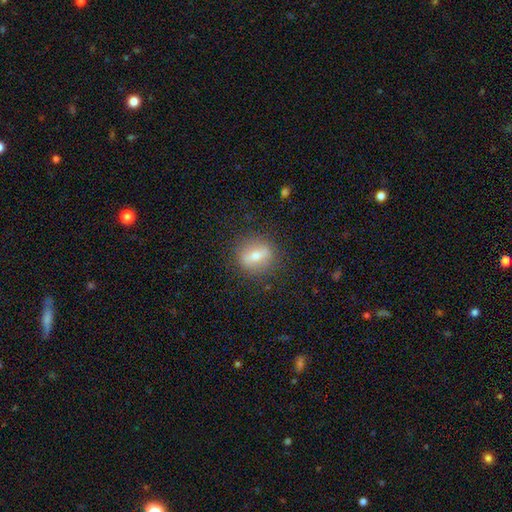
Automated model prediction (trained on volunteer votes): Morphology: type=smooth (51%); roundness=round (62%); merging=none (86%).